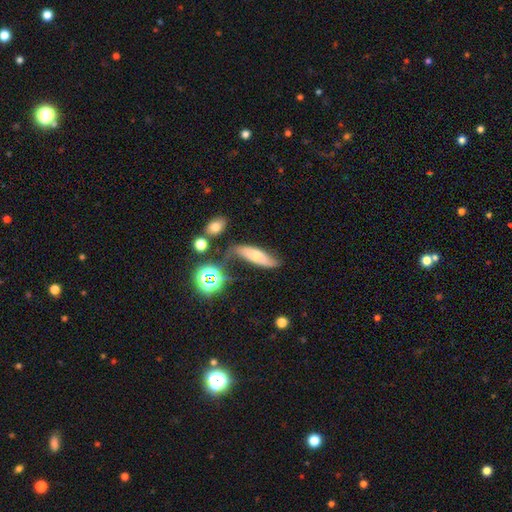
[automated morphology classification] smooth_or_featured: smooth (p=0.51) [alt: featured or disk p=0.37]
how_rounded: in between (p=0.50) [alt: cigar-shaped p=0.47]
merging: none (p=0.54) [alt: minor disturbance p=0.27]